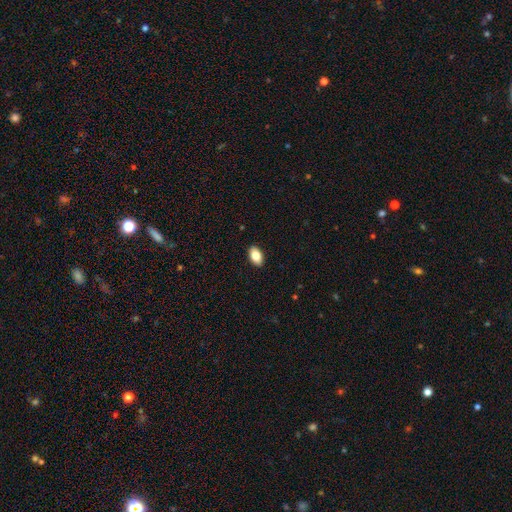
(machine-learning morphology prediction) Smooth or featured?
  - smooth: 83% *
  - featured or disk: 10%
  - star or artifact: 7%
How rounded?
  - in between: 92% *
  - round: 6%
  - cigar-shaped: 2%
Merging?
  - none: 90% *
  - minor disturbance: 7%
  - major disturbance: 2%
  - merger: 1%